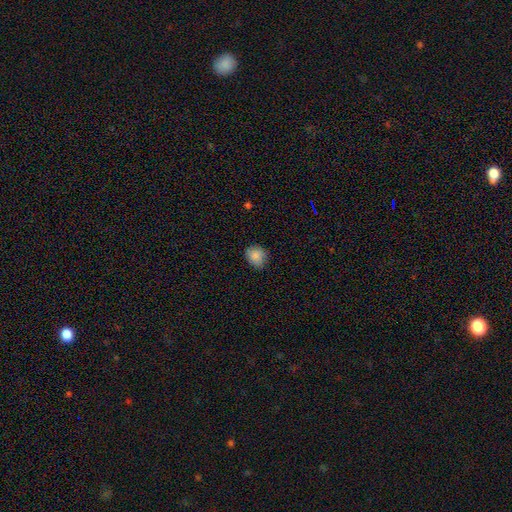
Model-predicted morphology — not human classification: The model was most divided on "how rounded": round: 68%, in between: 31%, cigar-shaped: 1%. More confident: smooth or featured — smooth (85%); merging — none (74%).